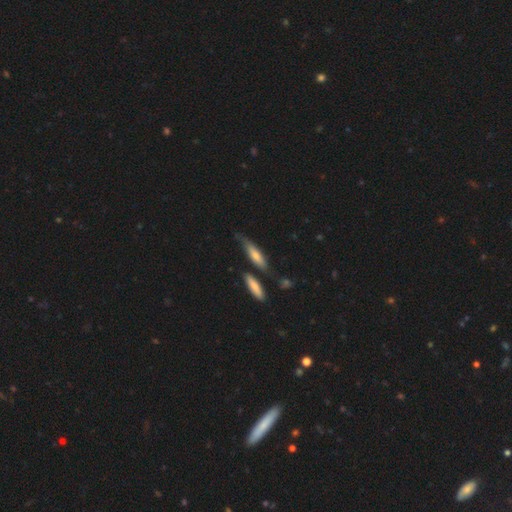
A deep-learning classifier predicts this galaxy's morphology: A smooth galaxy with no disk features (62%) that is cigar-shaped (67%). Merging: none (61%).